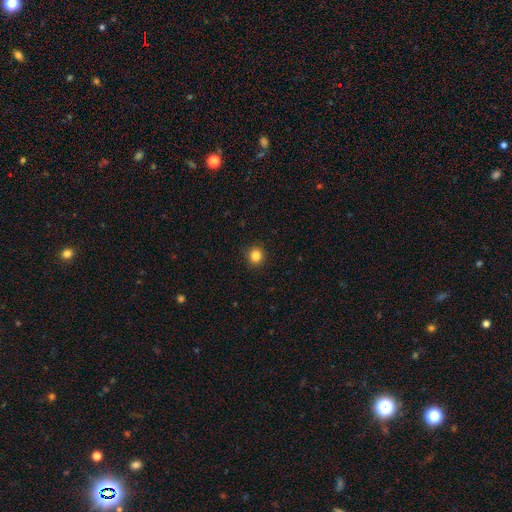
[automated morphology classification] smooth_or_featured: smooth (p=0.85) [alt: star or artifact p=0.12]
how_rounded: round (p=0.92) [alt: in between p=0.07]
merging: none (p=0.92) [alt: minor disturbance p=0.06]